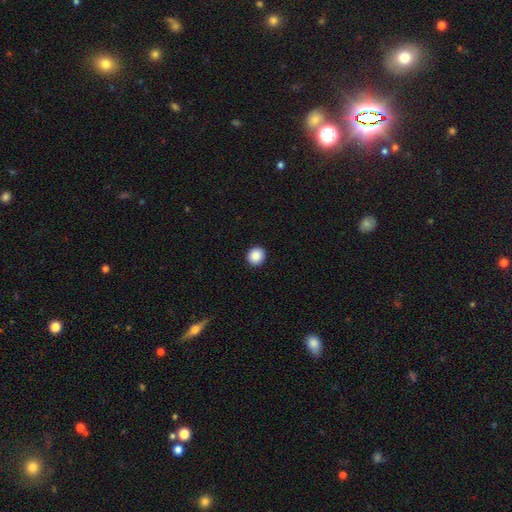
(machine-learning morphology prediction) Smooth or featured: smooth — 88% (star or artifact — 8%)
How rounded: round — 89% (in between — 10%)
Merging: none — 93% (minor disturbance — 4%)